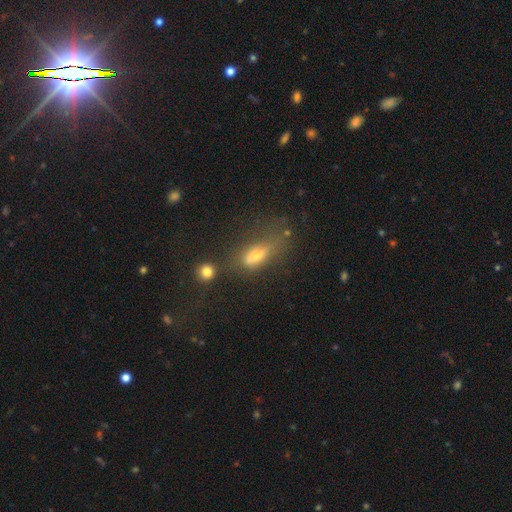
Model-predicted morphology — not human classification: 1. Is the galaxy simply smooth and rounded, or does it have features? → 60% smooth, 24% featured or disk, 15% star or artifact.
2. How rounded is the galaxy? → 70% in between, 22% cigar-shaped, 8% round.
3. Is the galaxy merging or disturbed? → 33% none, 29% major disturbance, 22% minor disturbance, 16% merger.